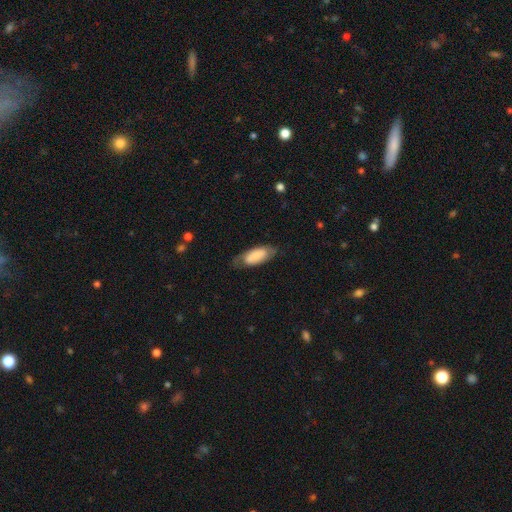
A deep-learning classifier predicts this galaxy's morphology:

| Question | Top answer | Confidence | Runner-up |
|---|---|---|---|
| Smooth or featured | smooth | 64% | featured or disk (29%) |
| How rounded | in between | 82% | cigar-shaped (16%) |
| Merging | none | 63% | minor disturbance (25%) |